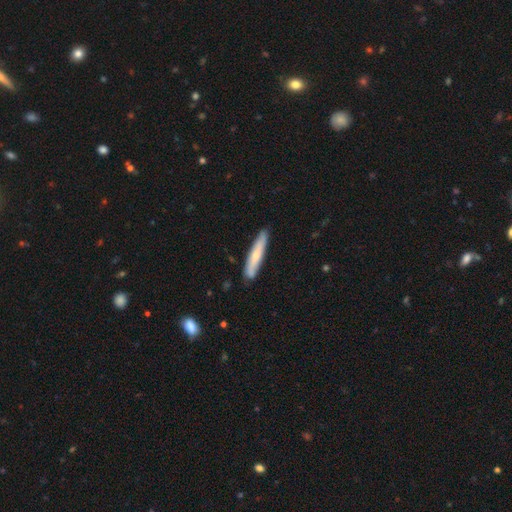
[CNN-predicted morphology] This appears to be a smooth galaxy with no disk features (62%) that is cigar-shaped (92%). Merging: none (85%).